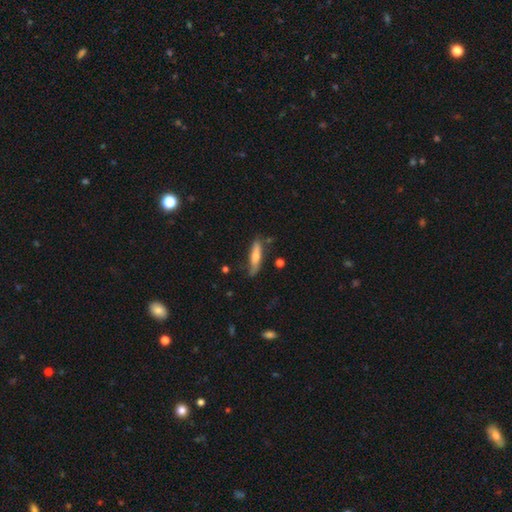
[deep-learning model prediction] Morphology: type=smooth (60%); roundness=cigar-shaped (76%); merging=none (66%).